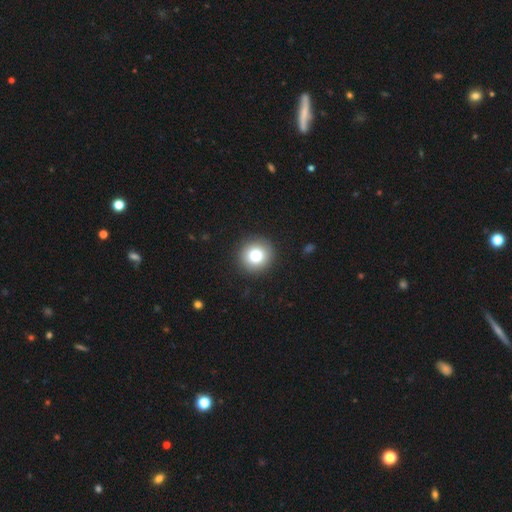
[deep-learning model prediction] Smooth or featured: smooth — 80% (star or artifact — 10%)
How rounded: round — 94% (in between — 5%)
Merging: none — 92% (minor disturbance — 5%)